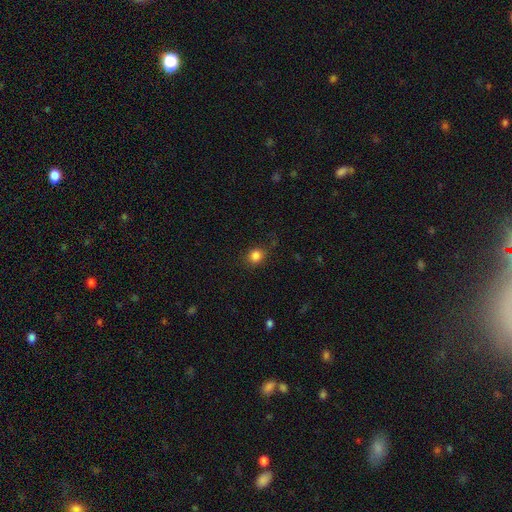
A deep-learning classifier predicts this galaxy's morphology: Smooth or featured?
  - smooth: 84% *
  - star or artifact: 11%
  - featured or disk: 4%
How rounded?
  - round: 75% *
  - in between: 24%
  - cigar-shaped: 1%
Merging?
  - none: 80% *
  - minor disturbance: 14%
  - major disturbance: 4%
  - merger: 1%